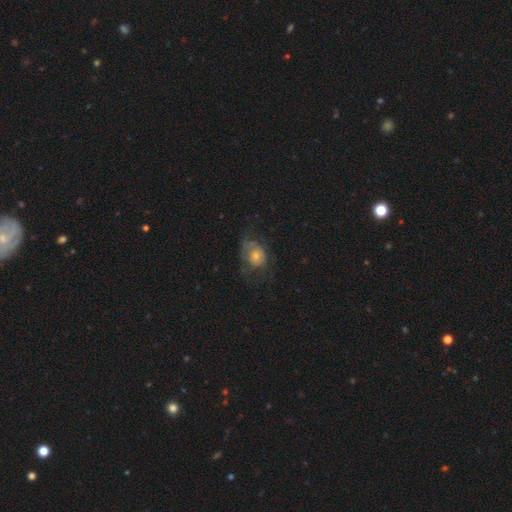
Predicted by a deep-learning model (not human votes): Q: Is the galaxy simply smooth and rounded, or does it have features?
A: smooth — 46%.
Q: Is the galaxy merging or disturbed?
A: none — 48%.